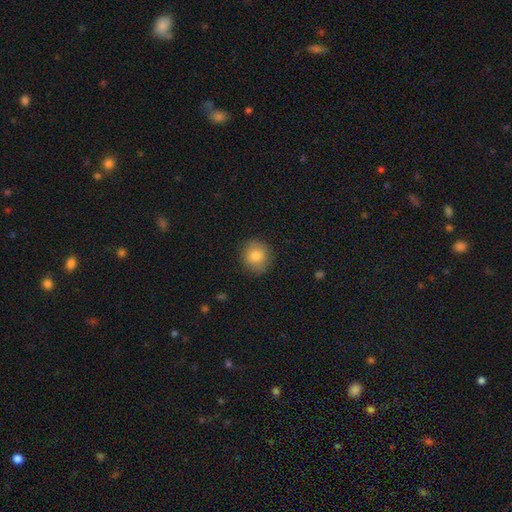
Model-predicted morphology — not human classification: This appears to be a smooth galaxy with no disk features (82%) that is round (82%). Merging: none (87%).